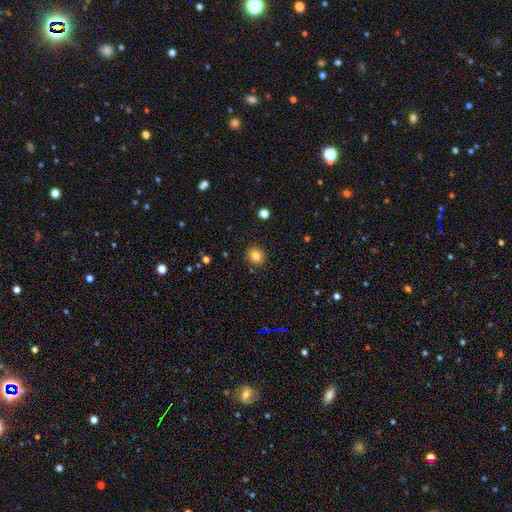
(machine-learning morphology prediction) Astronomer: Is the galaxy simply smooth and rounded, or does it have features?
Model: smooth — 84%.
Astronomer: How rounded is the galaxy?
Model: round — 84%.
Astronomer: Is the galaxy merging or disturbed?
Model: none — 89%.